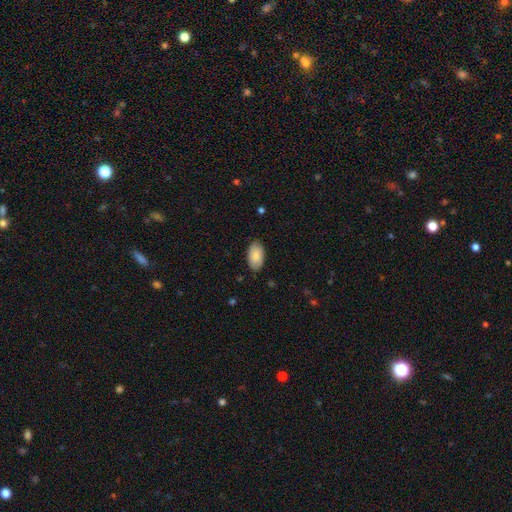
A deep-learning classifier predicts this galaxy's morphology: Smooth or featured: smooth — 86% (featured or disk — 8%)
How rounded: in between — 95% (round — 3%)
Merging: none — 84% (minor disturbance — 12%)